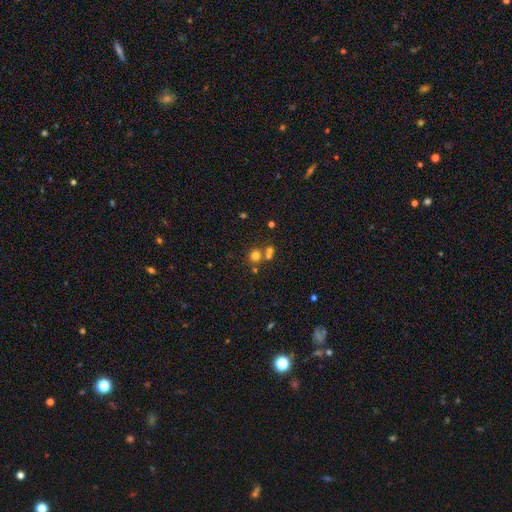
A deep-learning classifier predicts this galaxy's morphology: A smooth galaxy with no disk features (70%) that is round (89%). Merging: none (57%).